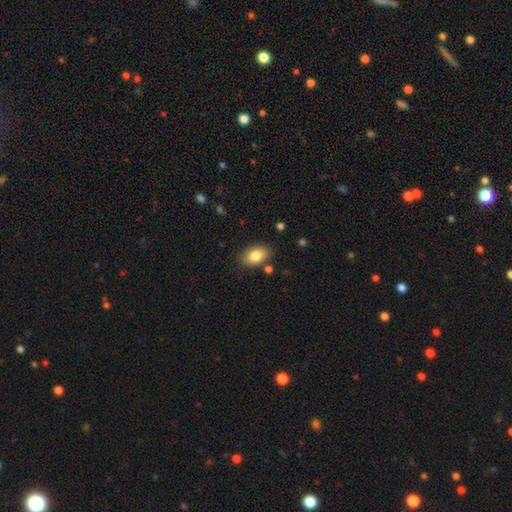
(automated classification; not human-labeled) Smooth or featured?
  - smooth: 84% *
  - featured or disk: 9%
  - star or artifact: 8%
How rounded?
  - in between: 88% *
  - round: 10%
  - cigar-shaped: 1%
Merging?
  - none: 82% *
  - minor disturbance: 11%
  - merger: 3%
  - major disturbance: 3%